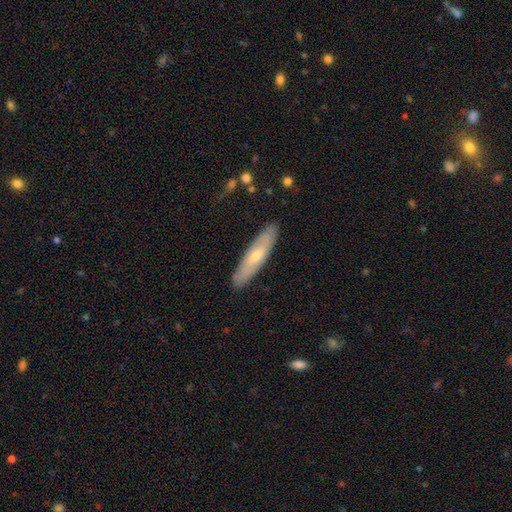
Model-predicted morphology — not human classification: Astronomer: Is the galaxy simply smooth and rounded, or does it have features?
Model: smooth — 48% (runner-up: featured or disk, 46%).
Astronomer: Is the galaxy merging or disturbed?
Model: none — 88%.